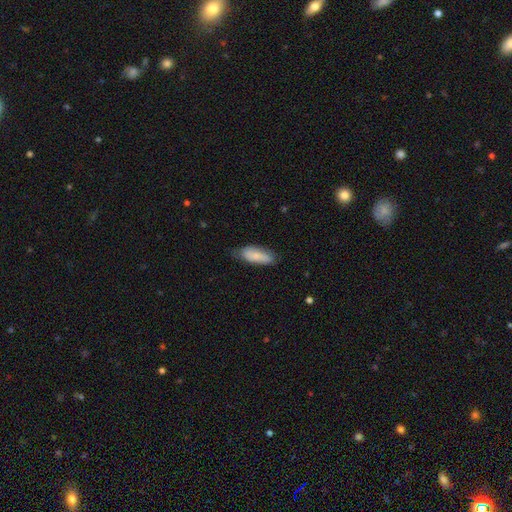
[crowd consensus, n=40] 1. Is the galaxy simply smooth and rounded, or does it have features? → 85% smooth, 8% featured or disk, 8% star or artifact.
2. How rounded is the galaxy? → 71% in between, 26% cigar-shaped, 3% round.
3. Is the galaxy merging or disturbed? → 57% none, 43% minor disturbance, 0% major disturbance, 0% merger.